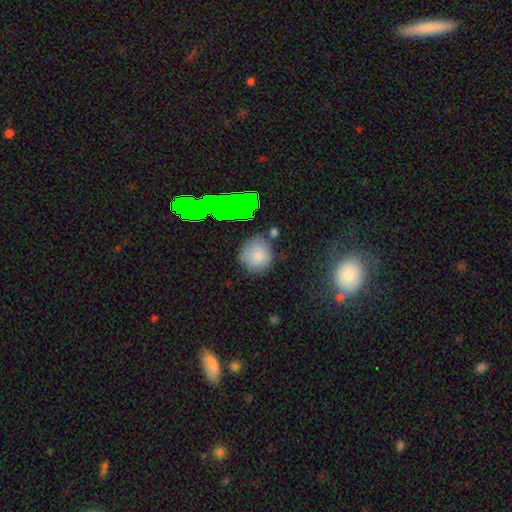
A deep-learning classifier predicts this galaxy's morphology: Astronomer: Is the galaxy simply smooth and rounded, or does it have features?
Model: smooth — 76%.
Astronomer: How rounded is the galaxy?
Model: round — 84%.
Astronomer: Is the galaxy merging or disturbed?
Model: none — 73%.